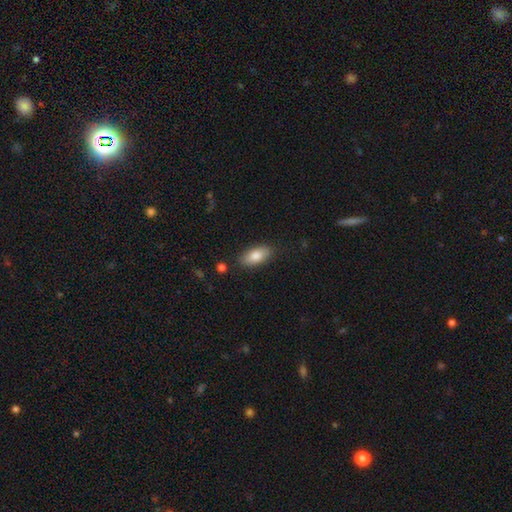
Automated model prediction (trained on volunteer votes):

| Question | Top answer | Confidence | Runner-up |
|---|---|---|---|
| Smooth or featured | smooth | 83% | featured or disk (11%) |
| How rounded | in between | 89% | cigar-shaped (9%) |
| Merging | none | 84% | minor disturbance (11%) |